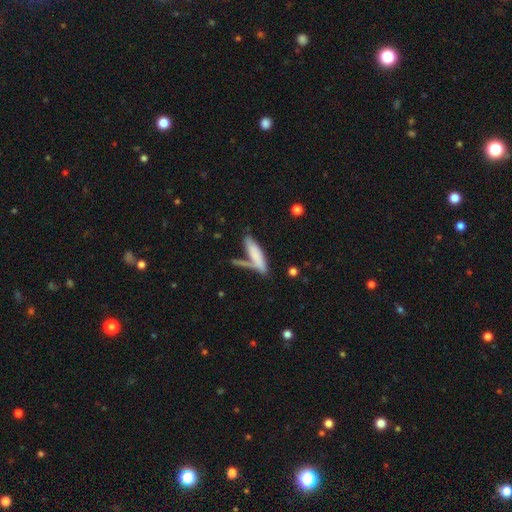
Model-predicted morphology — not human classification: Smooth or featured: smooth — 73% (featured or disk — 20%)
How rounded: cigar-shaped — 66% (in between — 32%)
Merging: none — 49% (merger — 29%)